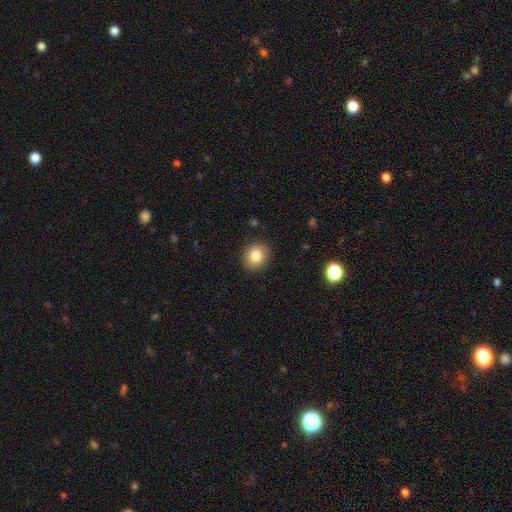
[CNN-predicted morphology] A smooth galaxy with no disk features (83%) that is round (79%). Merging: none (90%).